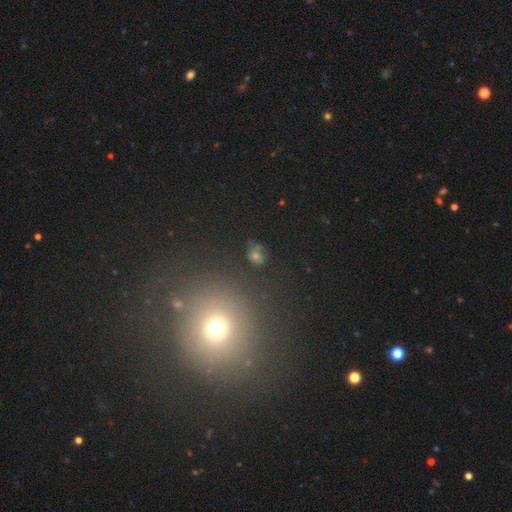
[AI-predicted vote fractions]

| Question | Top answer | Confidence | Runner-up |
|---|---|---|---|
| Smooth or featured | smooth | 59% | star or artifact (31%) |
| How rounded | round | 89% | in between (10%) |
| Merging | none | 83% | minor disturbance (8%) |